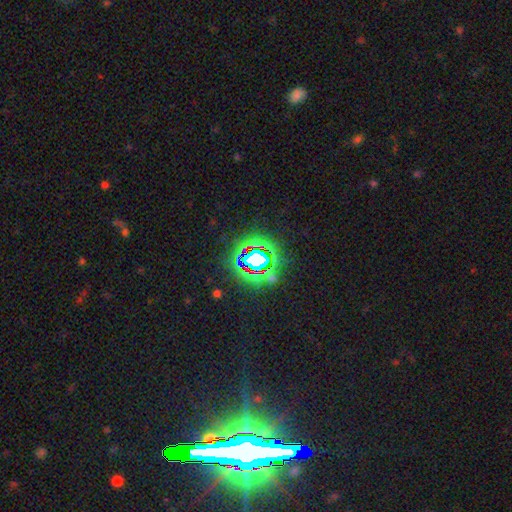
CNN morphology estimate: A star or artifact, not a galaxy (73%).